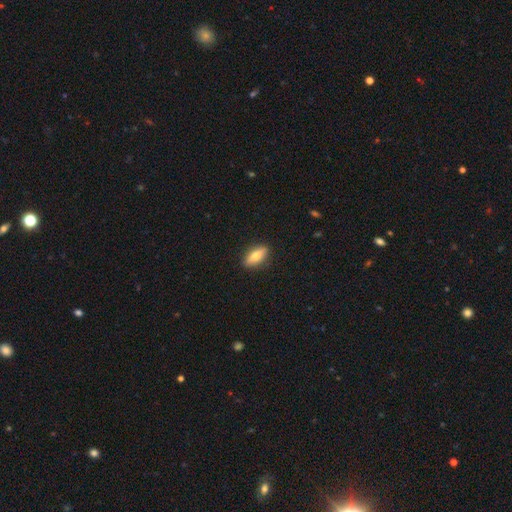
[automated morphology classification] Smooth or featured? smooth (67%)
How rounded? in between (69%)
Merging? none (88%)